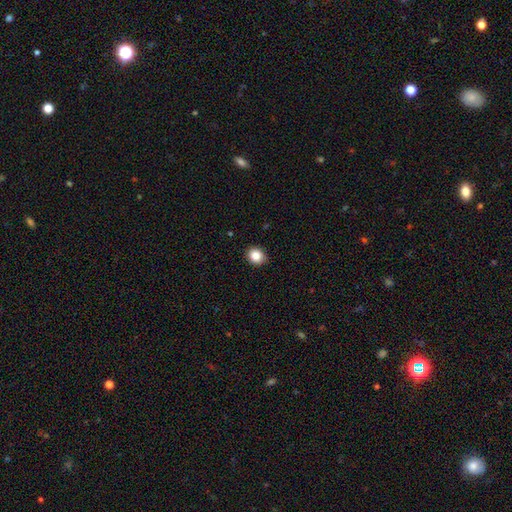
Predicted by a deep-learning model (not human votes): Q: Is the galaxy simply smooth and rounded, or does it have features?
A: smooth — 85%.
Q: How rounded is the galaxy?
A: round — 75%.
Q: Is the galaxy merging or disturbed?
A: none — 90%.